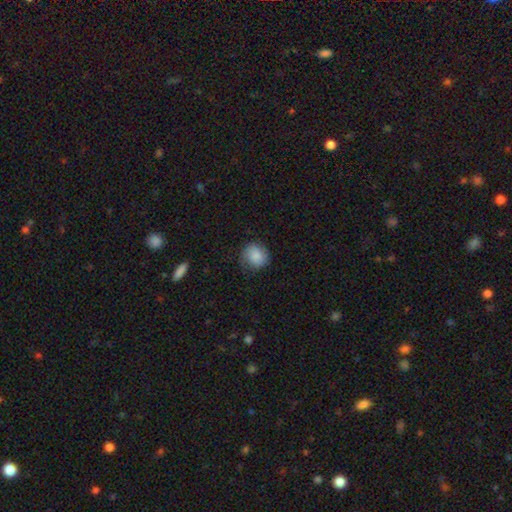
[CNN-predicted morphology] Smooth or featured: smooth — 79% (featured or disk — 14%)
How rounded: round — 82% (in between — 17%)
Merging: none — 70% (minor disturbance — 21%)